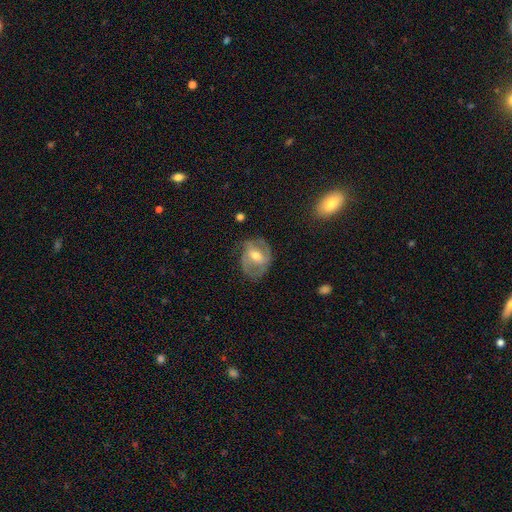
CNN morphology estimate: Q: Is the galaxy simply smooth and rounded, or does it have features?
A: featured or disk — 72%.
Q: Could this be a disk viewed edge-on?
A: no — 96%.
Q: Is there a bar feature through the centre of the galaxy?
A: weak — 42%.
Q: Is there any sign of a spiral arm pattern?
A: yes — 80%.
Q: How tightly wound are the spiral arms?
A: medium — 48%.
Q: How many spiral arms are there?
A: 2 — 68%.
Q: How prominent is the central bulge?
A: moderate — 63%.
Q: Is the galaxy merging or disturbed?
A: none — 63%.